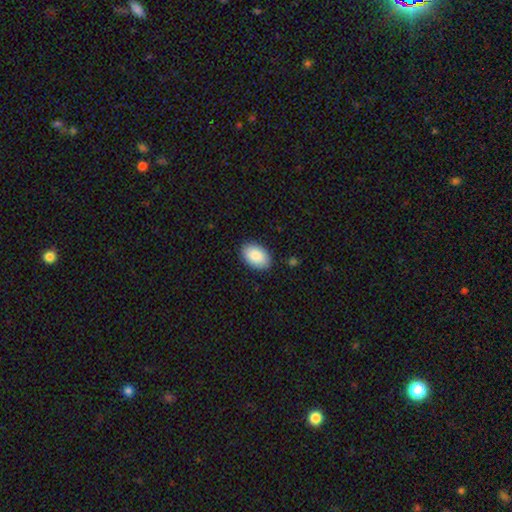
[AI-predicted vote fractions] This appears to be a smooth galaxy with no disk features (89%) that is in between round and cigar-shaped (90%). Merging: none (88%).